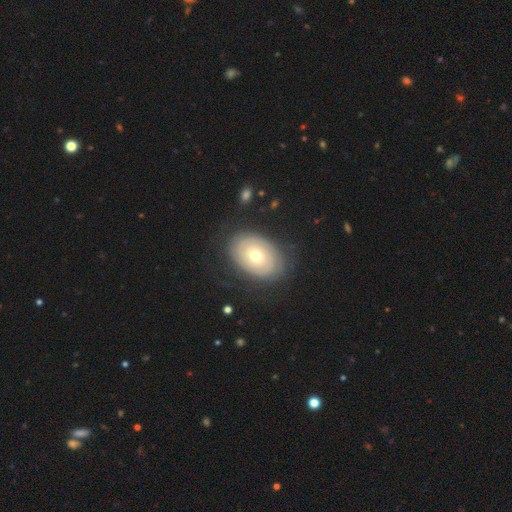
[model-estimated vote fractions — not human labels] This is likely a featured or disk galaxy (63%). It is clearly not viewed edge-on (95%). Bar: clearly no (86%). Spiral arm pattern: likely yes (70%). Central bulge: possibly moderate (56%). Merging: clearly none (81%).